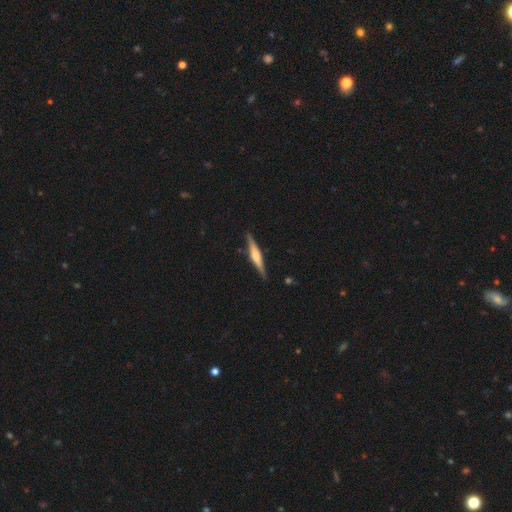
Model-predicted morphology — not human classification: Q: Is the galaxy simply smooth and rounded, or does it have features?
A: featured or disk — 64%.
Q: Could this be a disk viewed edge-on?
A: yes — 98%.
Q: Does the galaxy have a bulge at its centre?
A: rounded — 57%.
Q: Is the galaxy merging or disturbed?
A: none — 88%.